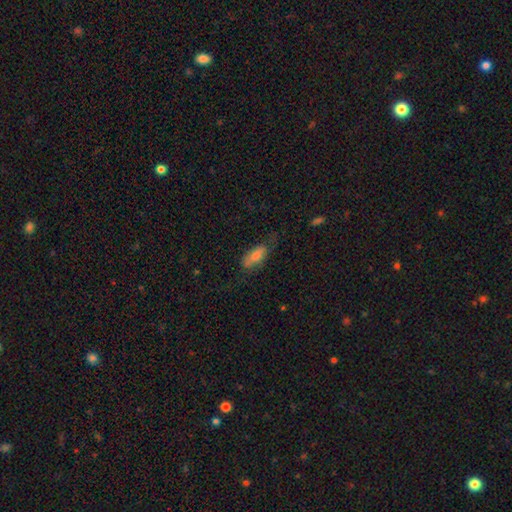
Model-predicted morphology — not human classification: Smooth or featured? Predicted: smooth (p=0.67). How rounded? Predicted: in between (p=0.73). Merging? Predicted: none (p=0.57).